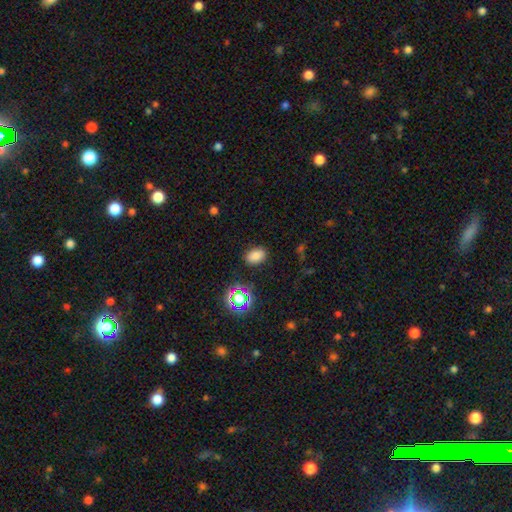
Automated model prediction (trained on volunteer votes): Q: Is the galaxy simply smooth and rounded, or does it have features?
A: smooth — 77%.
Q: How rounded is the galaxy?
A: in between — 77%.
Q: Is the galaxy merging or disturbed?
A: none — 84%.